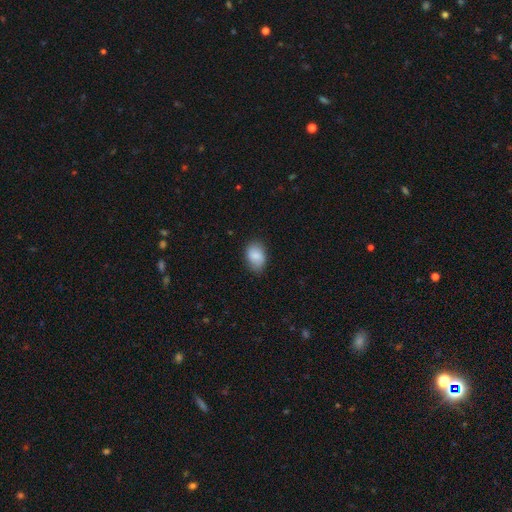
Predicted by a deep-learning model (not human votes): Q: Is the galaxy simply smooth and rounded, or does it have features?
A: smooth — 83%.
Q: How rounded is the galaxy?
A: in between — 82%.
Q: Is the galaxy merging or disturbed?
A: none — 78%.